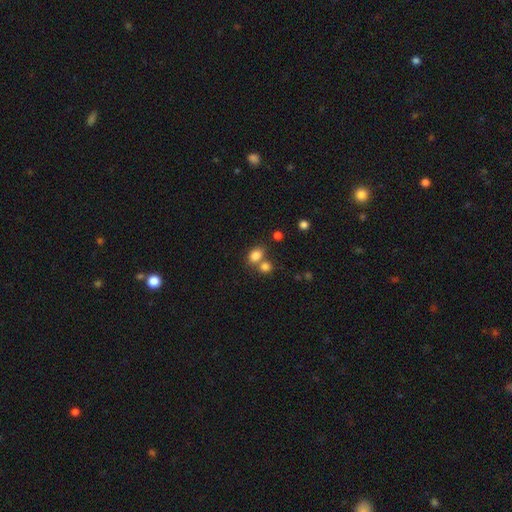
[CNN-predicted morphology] smooth-or-featured: smooth: 82% | star or artifact: 11% | featured or disk: 7%
  how-rounded: in between: 69% | round: 30% | cigar-shaped: 1%
  merging: none: 50% | merger: 36% | minor disturbance: 10% | major disturbance: 4%